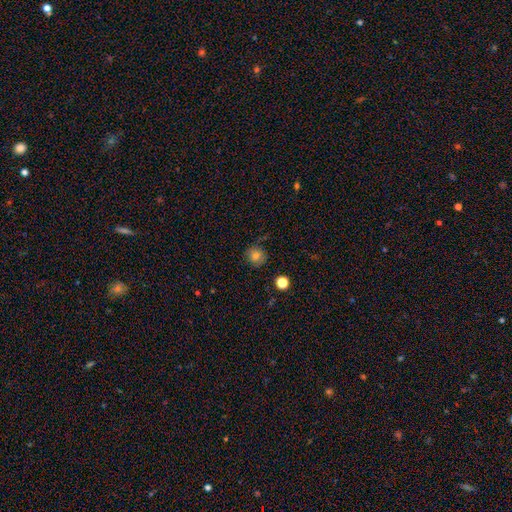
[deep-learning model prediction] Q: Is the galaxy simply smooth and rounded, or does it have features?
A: smooth — 78%.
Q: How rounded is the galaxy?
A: round — 90%.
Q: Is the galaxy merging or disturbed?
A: none — 83%.